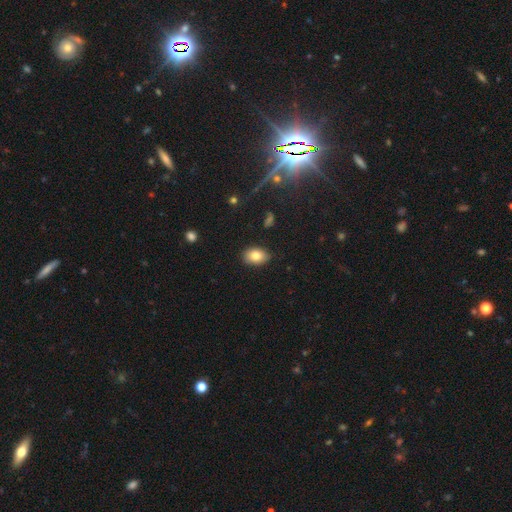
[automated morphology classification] The model was most divided on "how rounded": in between: 81%, round: 18%, cigar-shaped: 1%. More confident: merging — none (84%); smooth or featured — smooth (80%).